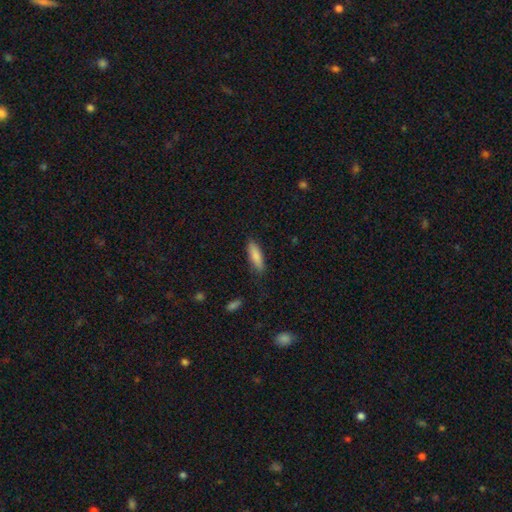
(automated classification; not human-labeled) Smooth or featured? smooth (84%)
How rounded? cigar-shaped (52%)
Merging? none (81%)